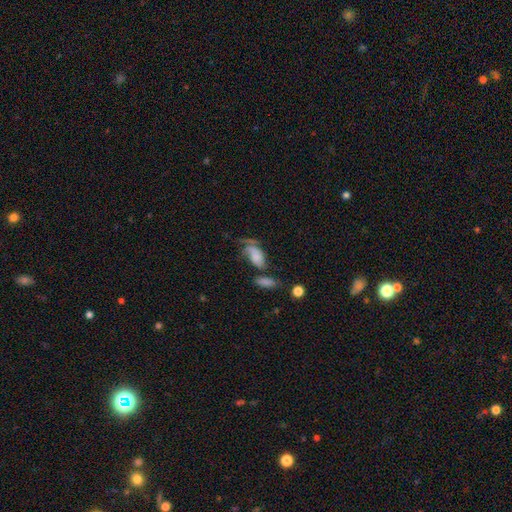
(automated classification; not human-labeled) This appears to be a smooth galaxy with no disk features (62%) that is in between round and cigar-shaped (88%). Merging: none (30%).